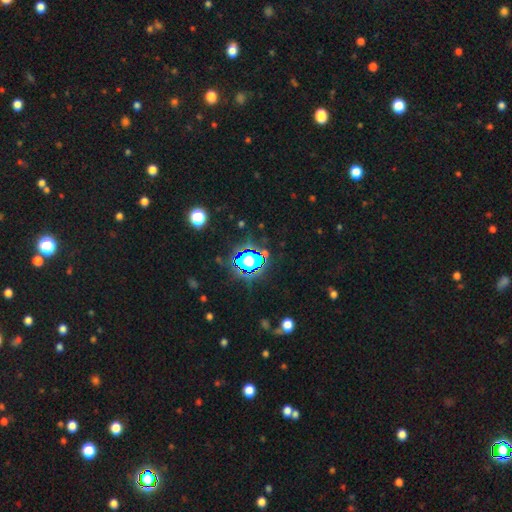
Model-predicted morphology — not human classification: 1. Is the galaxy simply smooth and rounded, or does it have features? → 59% star or artifact, 29% smooth, 13% featured or disk.